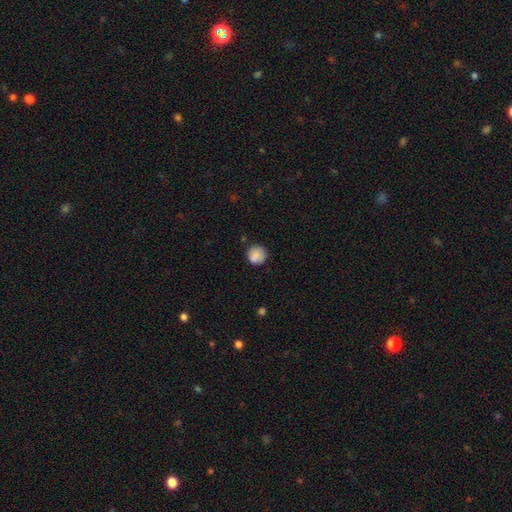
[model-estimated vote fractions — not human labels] Morphology: type=smooth (84%); roundness=round (90%); merging=none (76%).